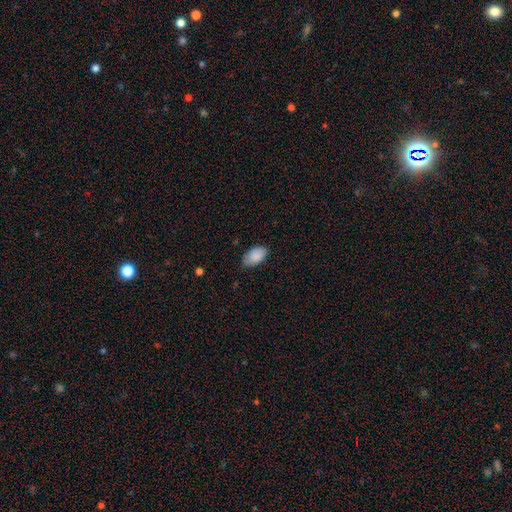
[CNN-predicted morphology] This is clearly a smooth galaxy (86%). How rounded: clearly in between (94%). Merging: likely none (72%).